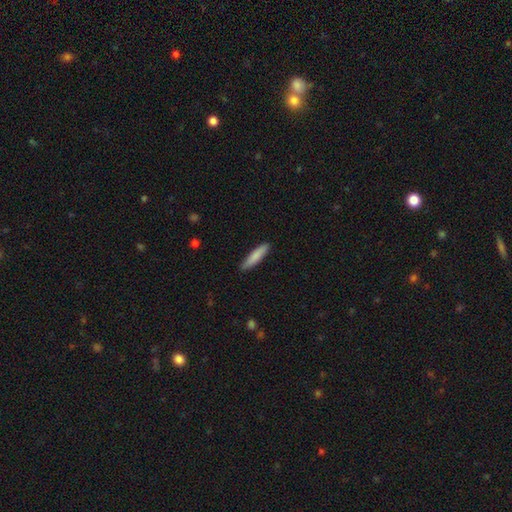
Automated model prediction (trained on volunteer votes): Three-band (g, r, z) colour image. It shows a smooth galaxy with no disk features (83%) that is cigar-shaped (82%). Merging: none (87%).